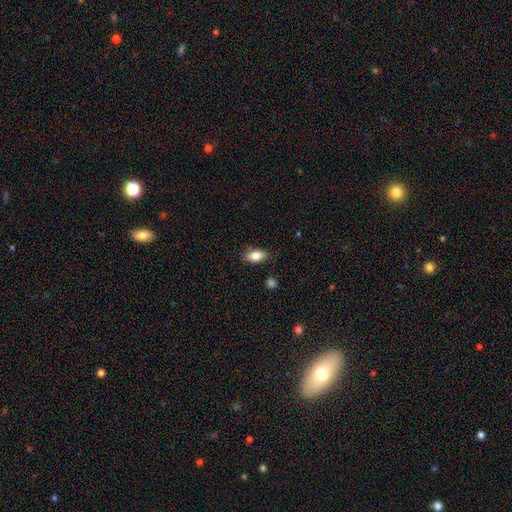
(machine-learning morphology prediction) type=smooth (83%); roundness=in between (89%); merging=none (85%).